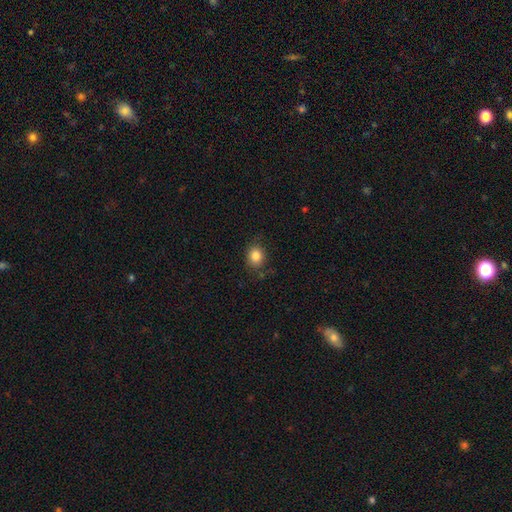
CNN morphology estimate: smooth_or_featured: smooth (p=0.84) [alt: star or artifact p=0.10]
how_rounded: round (p=0.58) [alt: in between p=0.41]
merging: none (p=0.78) [alt: minor disturbance p=0.16]